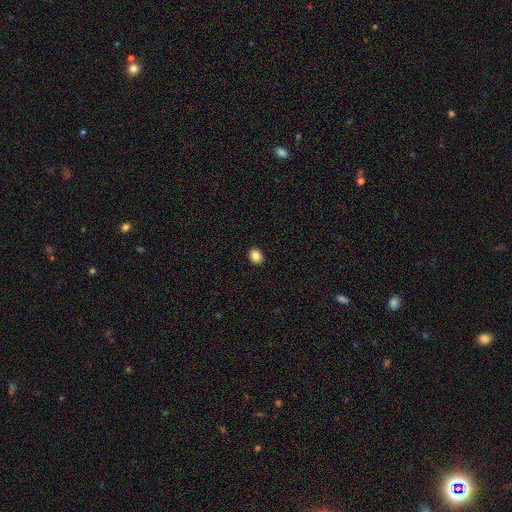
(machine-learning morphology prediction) type=smooth (86%); roundness=in between (51%); merging=none (91%).